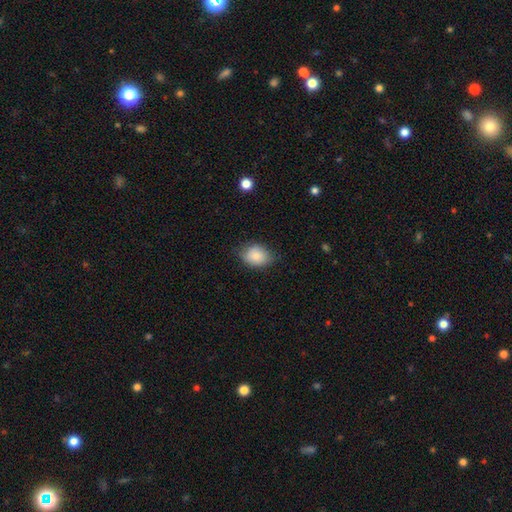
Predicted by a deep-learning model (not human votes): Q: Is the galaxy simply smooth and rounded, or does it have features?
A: smooth — 83%.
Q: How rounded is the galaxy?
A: in between — 62%.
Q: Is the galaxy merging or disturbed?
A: none — 70%.